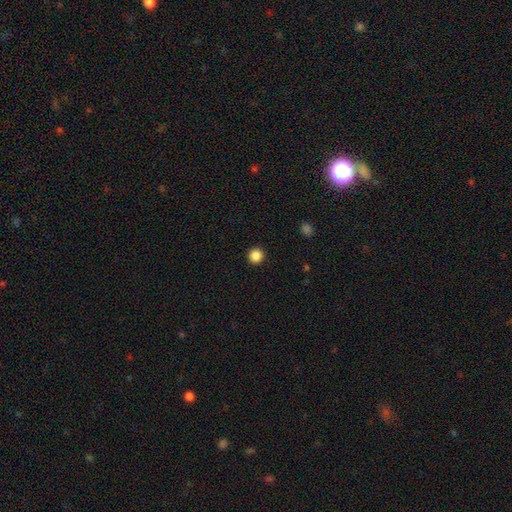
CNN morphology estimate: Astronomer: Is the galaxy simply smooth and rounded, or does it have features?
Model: smooth — 87%.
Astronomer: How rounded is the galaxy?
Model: round — 95%.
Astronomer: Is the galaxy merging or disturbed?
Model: none — 93%.